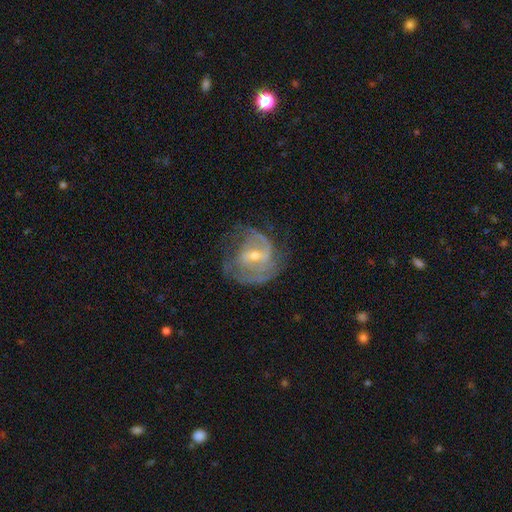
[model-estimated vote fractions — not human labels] Q: Smooth or featured?
A: featured or disk (84%); runner-up: smooth (9%)
Q: Edge-on disk?
A: no (97%); runner-up: yes (3%)
Q: Bar?
A: weak (53%); runner-up: strong (27%)
Q: Spiral arms?
A: yes (92%); runner-up: no (8%)
Q: Spiral winding?
A: medium (43%); runner-up: tight (41%)
Q: Spiral arm count?
A: 2 (47%); runner-up: can't tell (24%)
Q: Bulge size?
A: small (53%); runner-up: moderate (44%)
Q: Merging?
A: none (61%); runner-up: minor disturbance (22%)